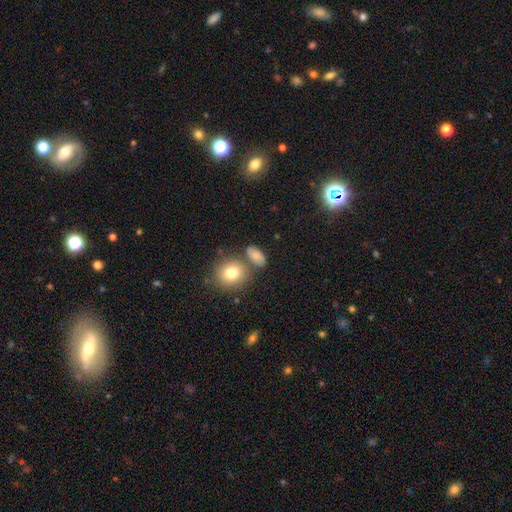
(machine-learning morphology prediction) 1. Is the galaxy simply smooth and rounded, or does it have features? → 79% smooth, 11% featured or disk, 10% star or artifact.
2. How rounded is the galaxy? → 74% in between, 21% round, 4% cigar-shaped.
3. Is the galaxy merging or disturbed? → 65% none, 16% minor disturbance, 14% merger, 5% major disturbance.